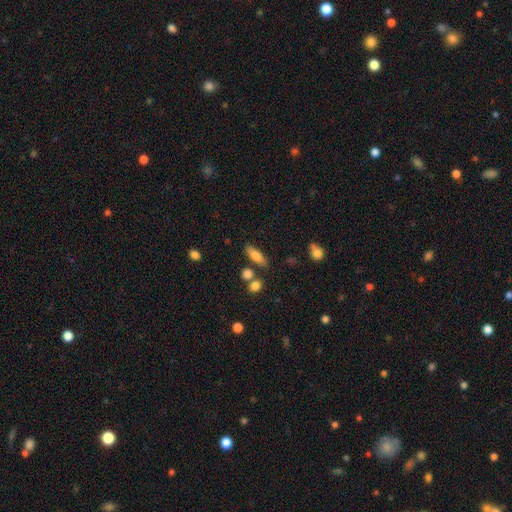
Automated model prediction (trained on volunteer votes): A smooth galaxy with no disk features (76%) that is in between round and cigar-shaped (59%).

Vote fractions:
- Smooth or featured? smooth: 76% / featured or disk: 16% / star or artifact: 8%
- How rounded? in between: 59% / cigar-shaped: 37% / round: 4%
- Merging? none: 73% / minor disturbance: 12% / merger: 11% / major disturbance: 4%